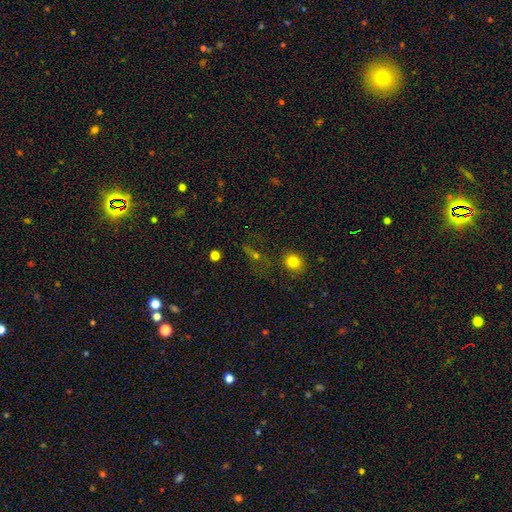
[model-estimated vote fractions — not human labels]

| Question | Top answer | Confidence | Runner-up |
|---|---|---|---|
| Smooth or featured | star or artifact | 41% | smooth (40%) |